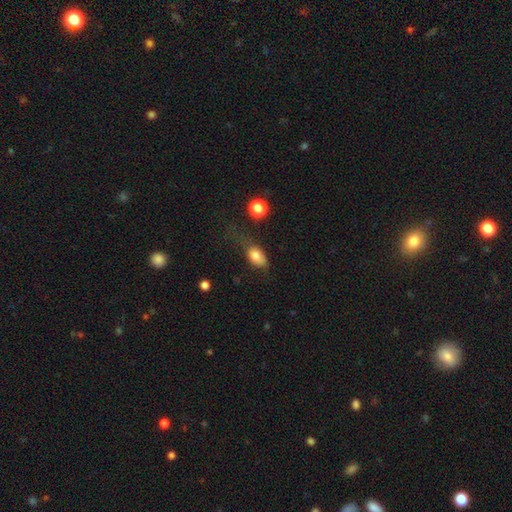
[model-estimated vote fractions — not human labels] Smooth or featured: smooth — 79% (featured or disk — 12%)
How rounded: in between — 84% (round — 13%)
Merging: none — 42% (minor disturbance — 31%)